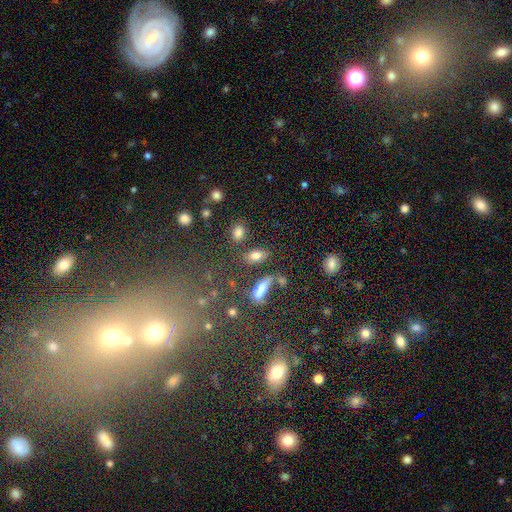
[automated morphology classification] Smooth or featured? smooth (76%)
How rounded? in between (80%)
Merging? none (72%)